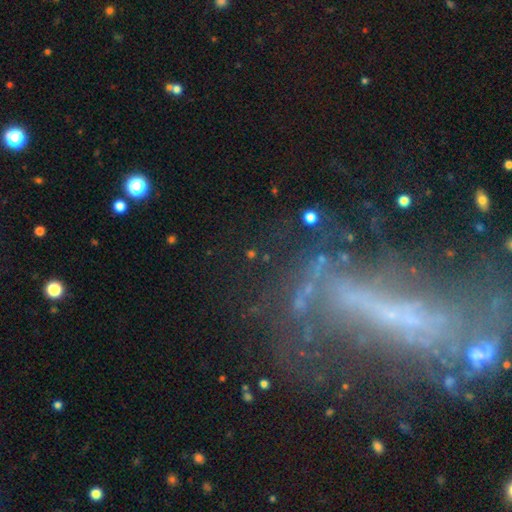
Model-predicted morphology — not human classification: Smooth or featured? featured or disk (56%)
Edge-on disk? no (78%)
Merging? none (52%)